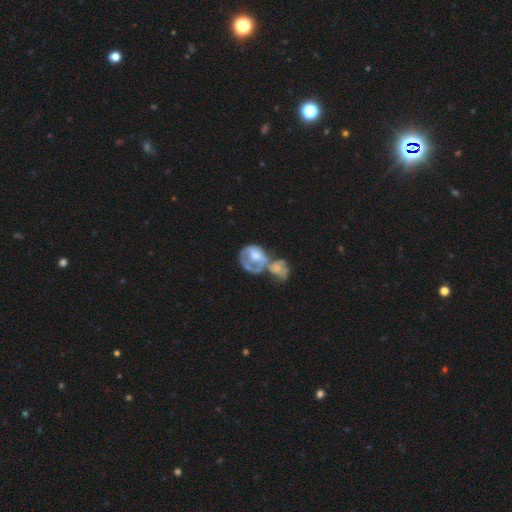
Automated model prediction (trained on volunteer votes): Smooth or featured: featured or disk — 58% (smooth — 34%)
Edge-on disk: no — 96% (yes — 4%)
Bar: no — 73% (weak — 20%)
Spiral arms: no — 55% (yes — 45%)
Bulge size: moderate — 54% (small — 23%)
Merging: merger — 68% (major disturbance — 13%)